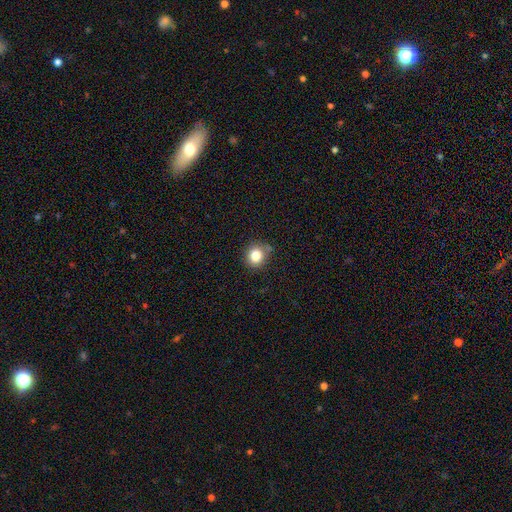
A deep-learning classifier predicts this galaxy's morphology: smooth_or_featured: smooth (p=0.83) [alt: star or artifact p=0.11]
how_rounded: round (p=0.83) [alt: in between p=0.16]
merging: none (p=0.77) [alt: minor disturbance p=0.16]